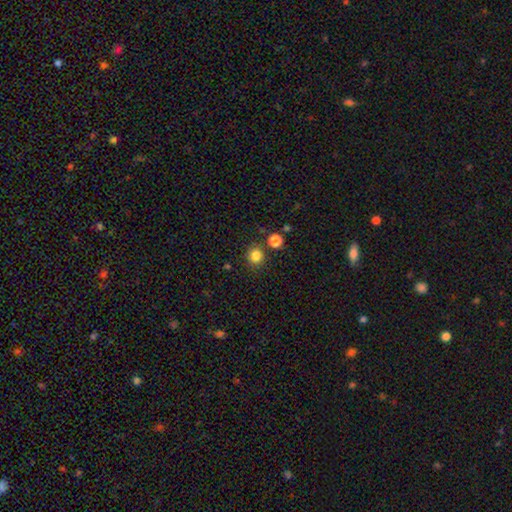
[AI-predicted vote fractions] smooth-or-featured: smooth: 83% | star or artifact: 12% | featured or disk: 5%
  how-rounded: round: 87% | in between: 12% | cigar-shaped: 1%
  merging: none: 82% | minor disturbance: 8% | merger: 6% | major disturbance: 3%